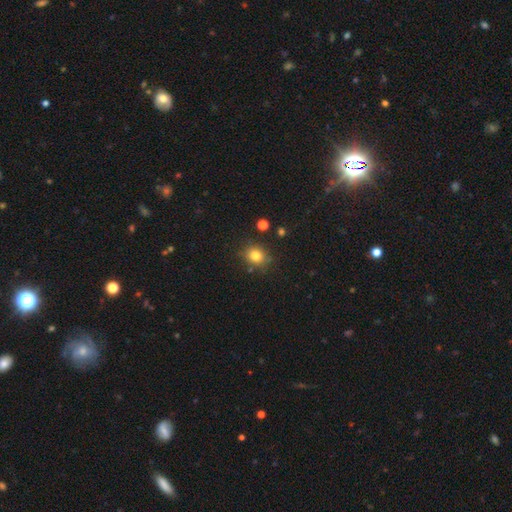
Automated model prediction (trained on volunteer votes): Smooth or featured?
  - smooth: 81% *
  - star or artifact: 12%
  - featured or disk: 7%
How rounded?
  - round: 69% *
  - in between: 30%
  - cigar-shaped: 1%
Merging?
  - none: 80% *
  - minor disturbance: 13%
  - merger: 4%
  - major disturbance: 3%